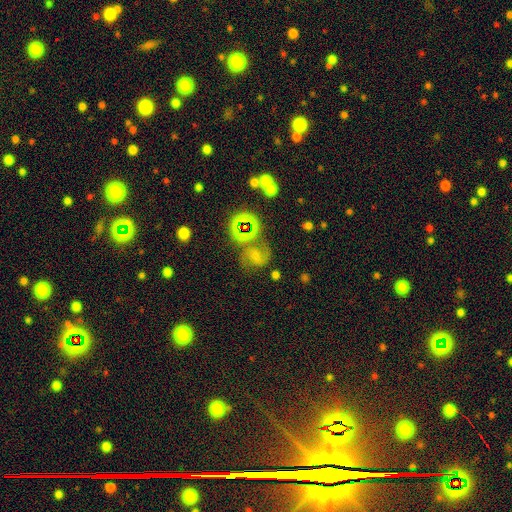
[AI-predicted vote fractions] Overall: featured or disk (44%; smooth 29%). Merging: none (52%; minor disturbance 18%).